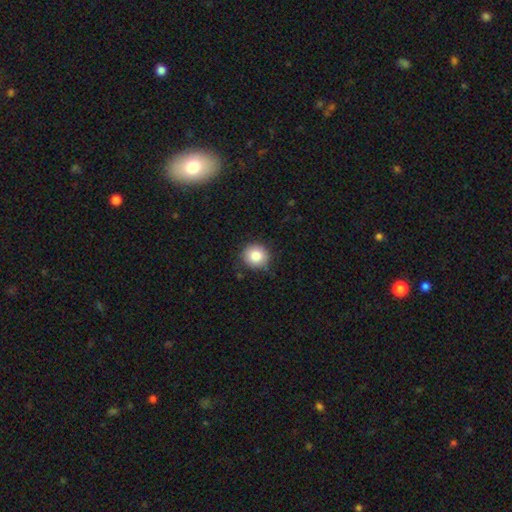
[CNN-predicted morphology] This is clearly a smooth galaxy (84%). How rounded: clearly round (91%). Merging: clearly none (82%).